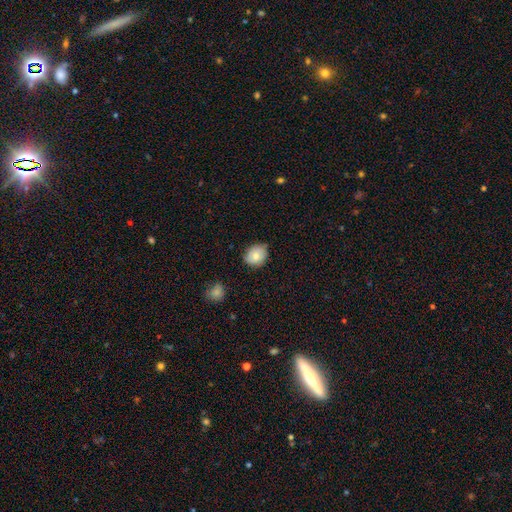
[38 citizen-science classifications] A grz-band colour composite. It shows a smooth galaxy with no disk features (87%) that is round (79%). Merging: none (65%).